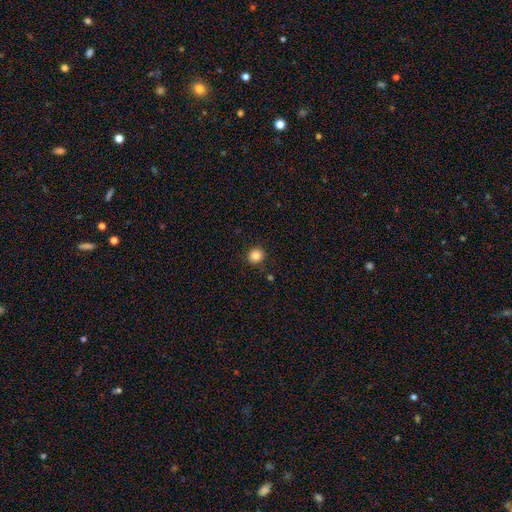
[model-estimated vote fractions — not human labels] A smooth galaxy with no disk features (85%) that is round (89%). Merging: none (90%).